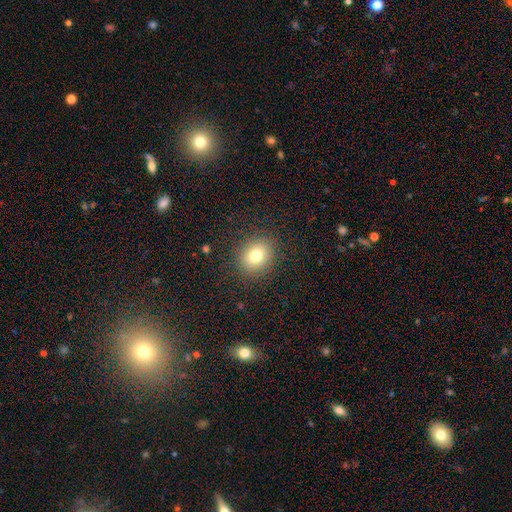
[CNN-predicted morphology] smooth_or_featured: smooth (p=0.77) [alt: star or artifact p=0.12]
how_rounded: round (p=0.67) [alt: in between p=0.32]
merging: none (p=0.86) [alt: minor disturbance p=0.09]